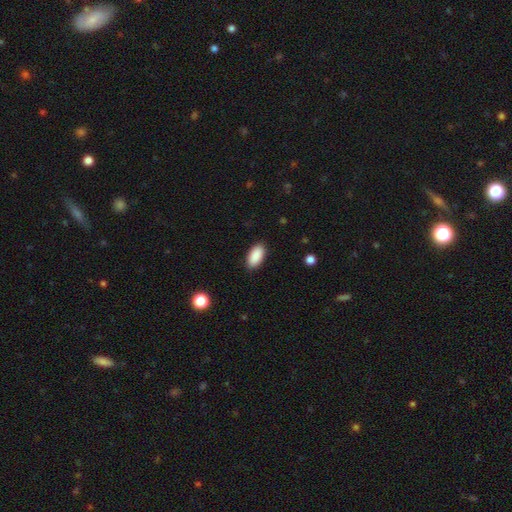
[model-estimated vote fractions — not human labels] Morphology: type=smooth (90%); roundness=in between (94%); merging=none (88%).